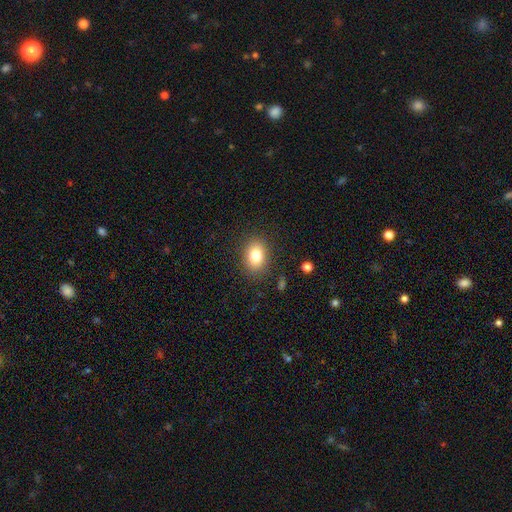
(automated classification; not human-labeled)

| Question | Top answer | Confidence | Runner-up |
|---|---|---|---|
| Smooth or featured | smooth | 81% | star or artifact (10%) |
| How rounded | in between | 72% | round (27%) |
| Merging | none | 85% | minor disturbance (10%) |